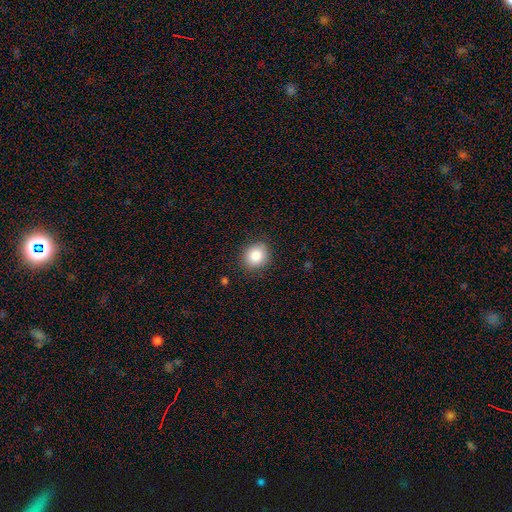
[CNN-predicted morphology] smooth 85%, star or artifact 9%, featured or disk 5%. Down the decision tree: how rounded — round (78%); merging — none (87%).